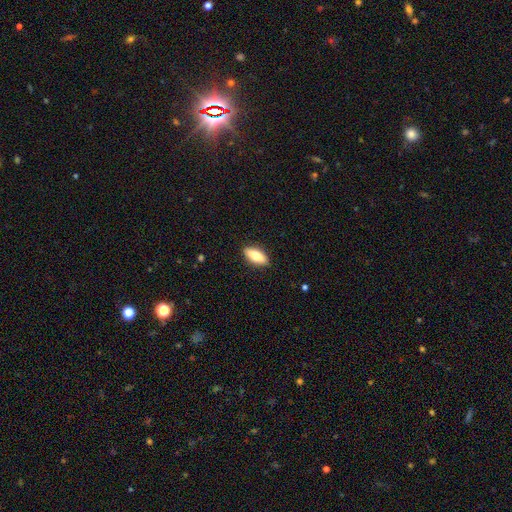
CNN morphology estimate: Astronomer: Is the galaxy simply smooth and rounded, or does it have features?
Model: smooth — 76%.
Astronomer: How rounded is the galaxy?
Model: in between — 83%.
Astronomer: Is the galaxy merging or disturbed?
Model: none — 89%.